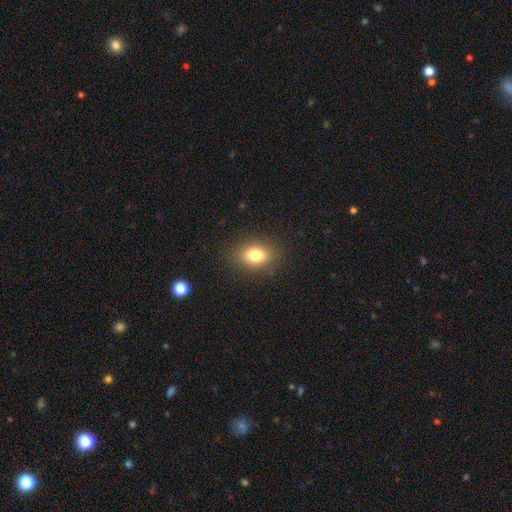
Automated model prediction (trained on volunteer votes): Smooth or featured?
  - smooth: 79% *
  - star or artifact: 12%
  - featured or disk: 9%
How rounded?
  - in between: 61% *
  - round: 38%
  - cigar-shaped: 1%
Merging?
  - none: 87% *
  - minor disturbance: 9%
  - major disturbance: 3%
  - merger: 1%